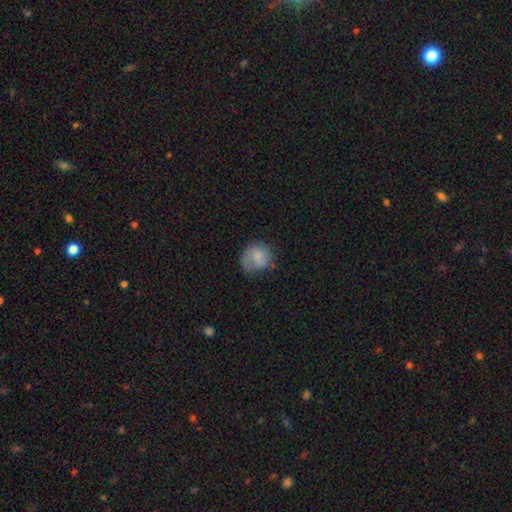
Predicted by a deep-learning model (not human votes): Smooth or featured?
  - smooth: 71% *
  - featured or disk: 21%
  - star or artifact: 8%
How rounded?
  - round: 70% *
  - in between: 29%
  - cigar-shaped: 1%
Merging?
  - none: 52% *
  - minor disturbance: 29%
  - major disturbance: 16%
  - merger: 2%